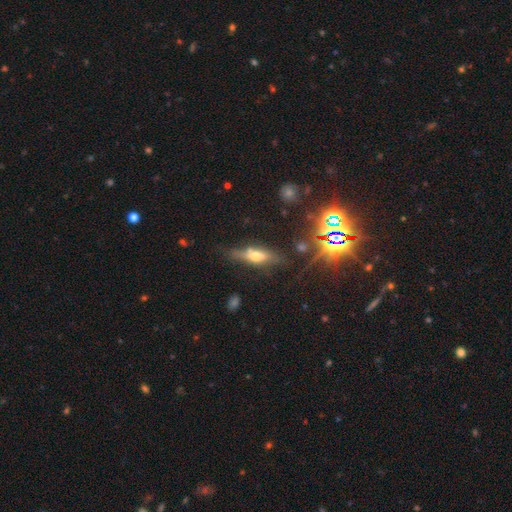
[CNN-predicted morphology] Overall: featured or disk (46%; smooth 39%). Merging: none (68%).